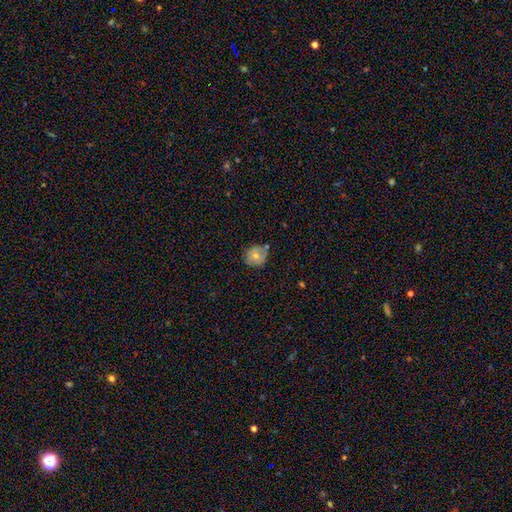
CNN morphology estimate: smooth_or_featured: smooth (p=0.69) [alt: featured or disk p=0.22]
how_rounded: round (p=0.84) [alt: in between p=0.15]
merging: none (p=0.68) [alt: minor disturbance p=0.23]